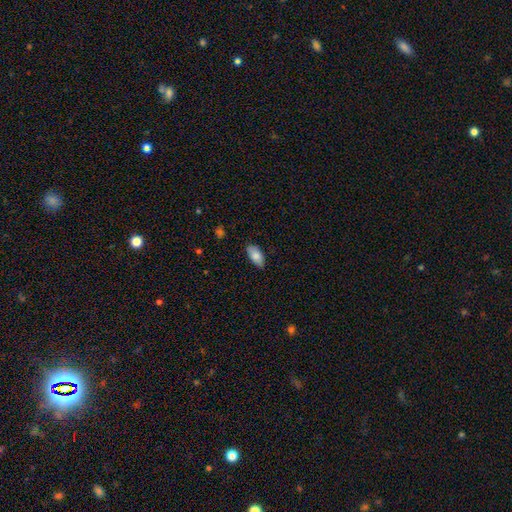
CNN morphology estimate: Smooth or featured?
  - smooth: 85% *
  - featured or disk: 9%
  - star or artifact: 7%
How rounded?
  - in between: 92% *
  - cigar-shaped: 6%
  - round: 2%
Merging?
  - none: 82% *
  - minor disturbance: 15%
  - major disturbance: 2%
  - merger: 1%